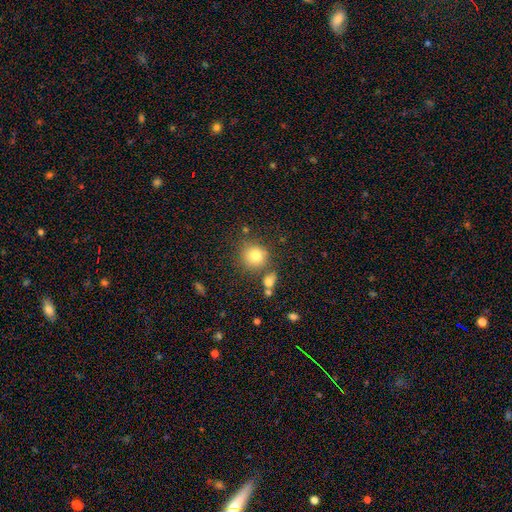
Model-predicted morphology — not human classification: smooth 79%, star or artifact 12%, featured or disk 9%. Down the decision tree: how rounded — round (91%); merging — none (73%).